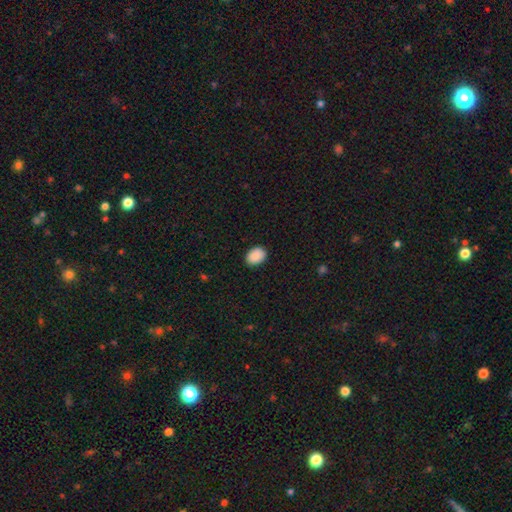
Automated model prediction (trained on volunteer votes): smooth-or-featured: smooth: 90% | star or artifact: 7% | featured or disk: 2%
  how-rounded: in between: 74% | round: 25% | cigar-shaped: 1%
  merging: none: 88% | minor disturbance: 9% | major disturbance: 2% | merger: 1%